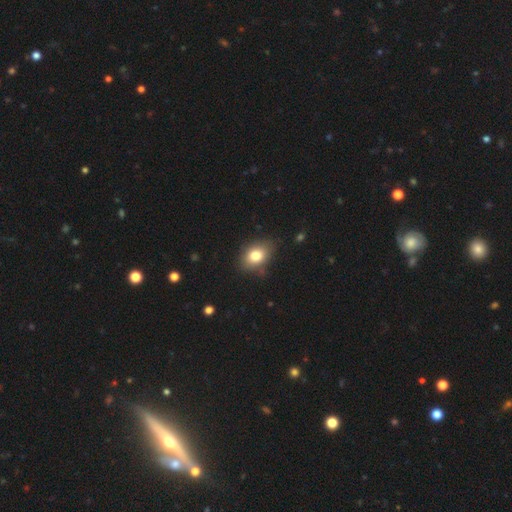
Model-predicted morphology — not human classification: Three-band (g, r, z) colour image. It shows a smooth galaxy with no disk features (80%) that is in between round and cigar-shaped (76%). Merging: none (81%).